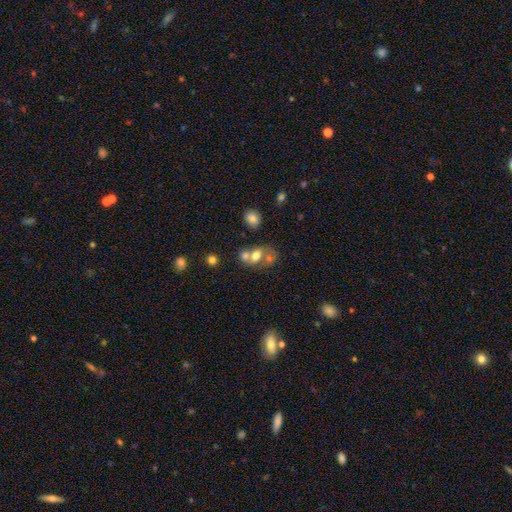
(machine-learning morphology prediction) smooth-or-featured: smooth: 65% | featured or disk: 24% | star or artifact: 12%
  how-rounded: in between: 51% | round: 48% | cigar-shaped: 1%
  merging: merger: 58% | none: 27% | minor disturbance: 9% | major disturbance: 6%